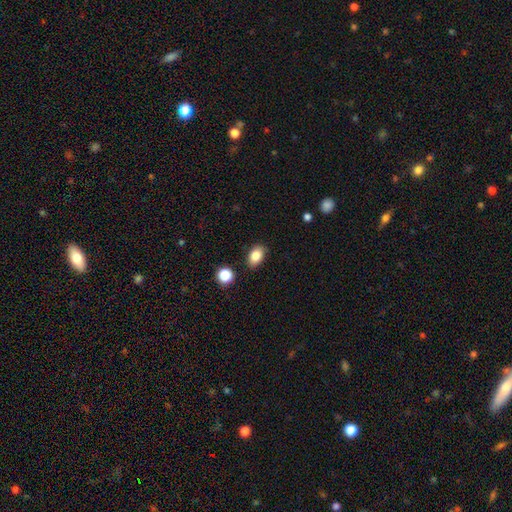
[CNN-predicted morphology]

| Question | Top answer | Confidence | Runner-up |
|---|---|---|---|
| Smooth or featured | smooth | 85% | star or artifact (8%) |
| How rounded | in between | 86% | round (13%) |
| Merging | none | 85% | minor disturbance (10%) |